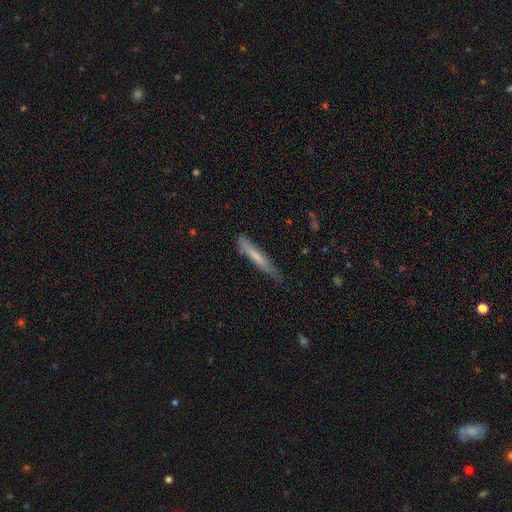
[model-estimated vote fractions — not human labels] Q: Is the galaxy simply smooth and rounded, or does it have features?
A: smooth — 64%.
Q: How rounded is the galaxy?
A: cigar-shaped — 94%.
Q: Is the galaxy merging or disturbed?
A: none — 70%.